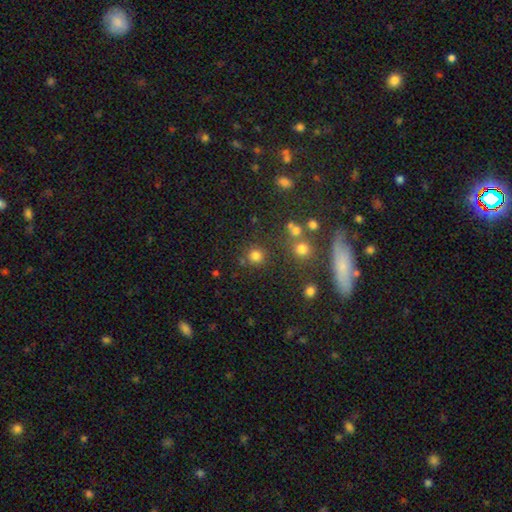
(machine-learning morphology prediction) Smooth or featured?
  - smooth: 76% *
  - star or artifact: 18%
  - featured or disk: 6%
How rounded?
  - round: 92% *
  - in between: 7%
  - cigar-shaped: 1%
Merging?
  - none: 79% *
  - minor disturbance: 9%
  - merger: 8%
  - major disturbance: 4%